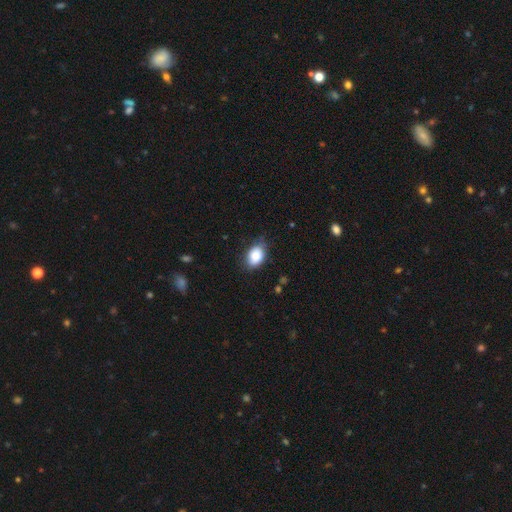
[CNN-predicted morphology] A smooth galaxy with no disk features (86%) that is in between round and cigar-shaped (83%). Merging: none (75%).